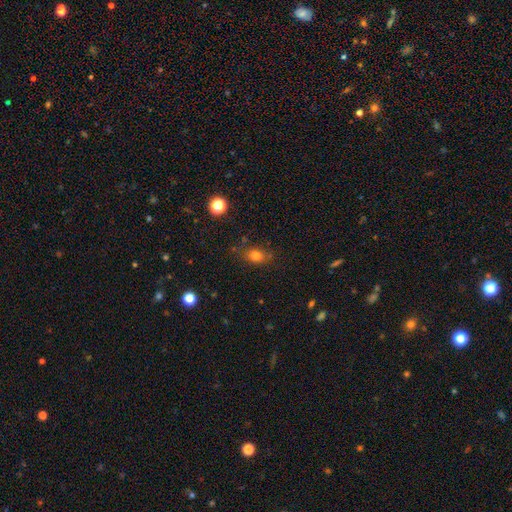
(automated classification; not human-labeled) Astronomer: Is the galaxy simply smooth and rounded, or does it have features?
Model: smooth — 77%.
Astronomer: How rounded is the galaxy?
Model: in between — 60% (runner-up: round, 38%).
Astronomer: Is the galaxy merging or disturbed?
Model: none — 74%.